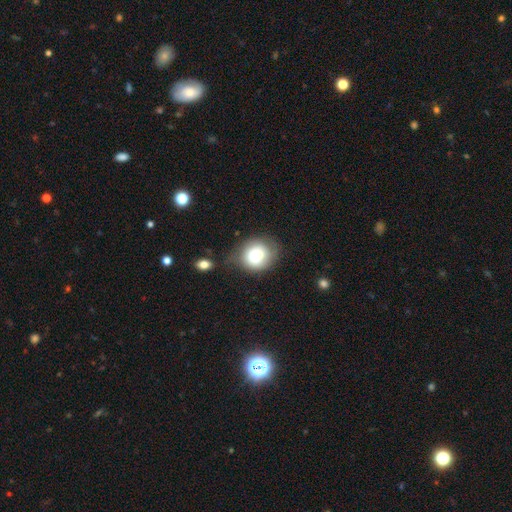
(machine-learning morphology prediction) smooth-or-featured: smooth: 74% | featured or disk: 16% | star or artifact: 10%
  how-rounded: round: 76% | in between: 23% | cigar-shaped: 1%
  merging: none: 62% | minor disturbance: 24% | major disturbance: 7% | merger: 6%